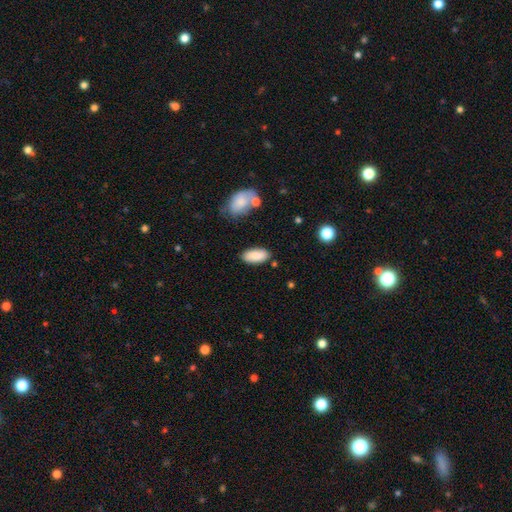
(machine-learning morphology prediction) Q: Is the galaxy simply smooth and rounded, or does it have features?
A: smooth — 87%.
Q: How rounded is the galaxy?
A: in between — 91%.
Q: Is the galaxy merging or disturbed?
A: none — 84%.